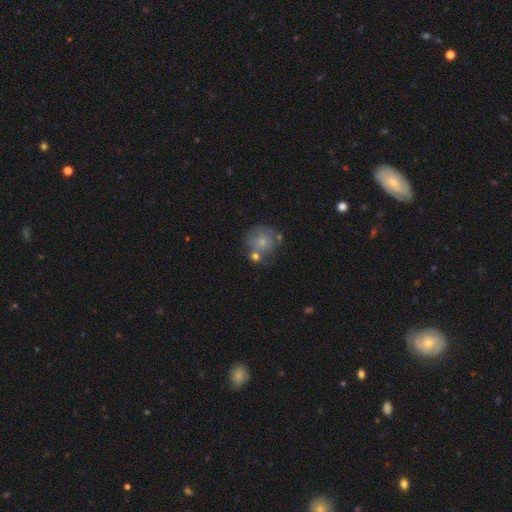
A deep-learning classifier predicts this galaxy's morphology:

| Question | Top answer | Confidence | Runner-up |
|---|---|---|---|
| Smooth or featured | smooth | 67% | featured or disk (23%) |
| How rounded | round | 87% | in between (12%) |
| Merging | none | 54% | merger (21%) |